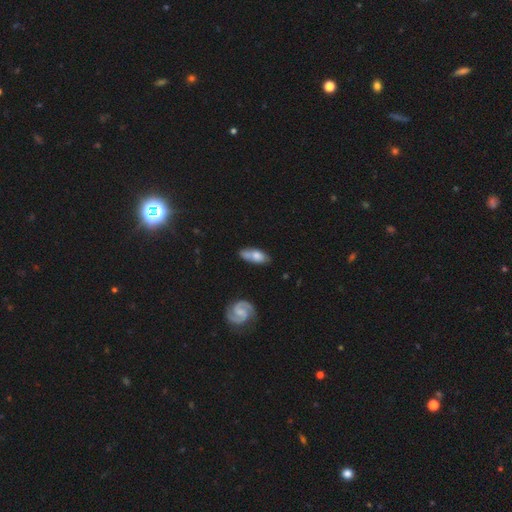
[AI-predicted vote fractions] Q: Smooth or featured?
A: smooth (52%); runner-up: featured or disk (42%)
Q: How rounded?
A: in between (72%); runner-up: cigar-shaped (22%)
Q: Merging?
A: none (52%); runner-up: minor disturbance (23%)